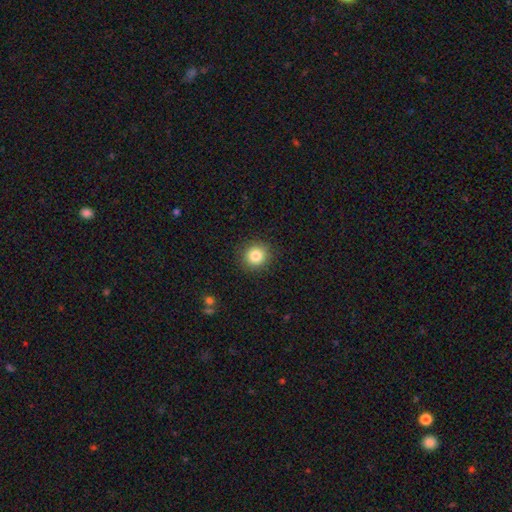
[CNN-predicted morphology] Smooth or featured? smooth (83%)
How rounded? round (91%)
Merging? none (90%)